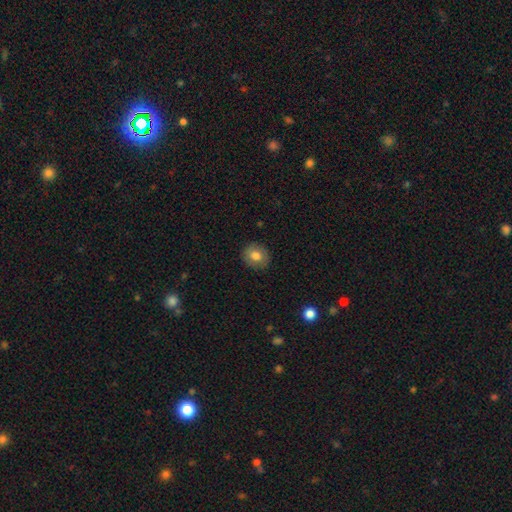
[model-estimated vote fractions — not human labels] The model was most divided on "how rounded": round: 75%, in between: 24%, cigar-shaped: 1%. More confident: merging — none (87%); smooth or featured — smooth (79%).